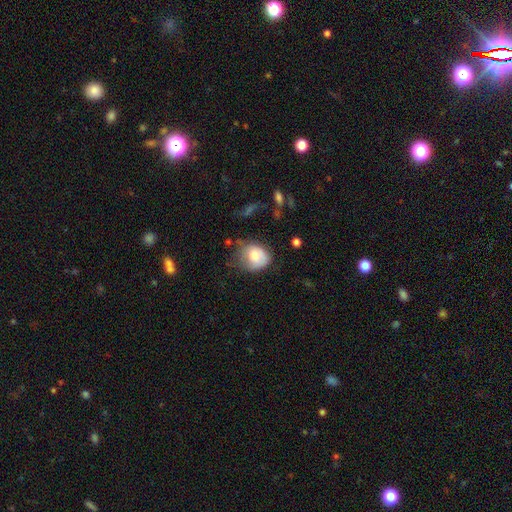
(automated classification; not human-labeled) Q: Smooth or featured?
A: smooth (73%); runner-up: featured or disk (19%)
Q: How rounded?
A: round (57%); runner-up: in between (42%)
Q: Merging?
A: none (43%); runner-up: minor disturbance (36%)